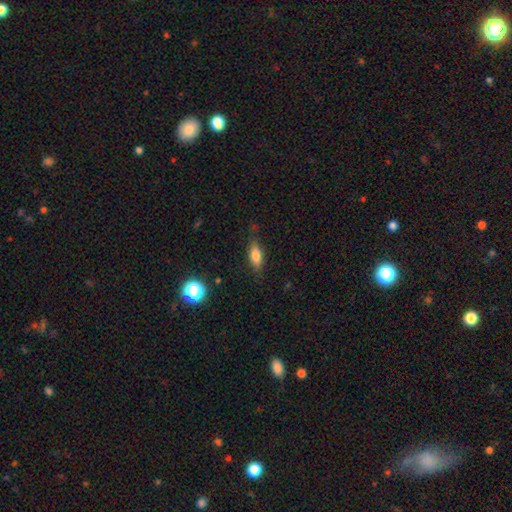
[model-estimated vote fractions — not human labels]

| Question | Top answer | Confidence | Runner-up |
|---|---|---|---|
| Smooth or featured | smooth | 75% | featured or disk (16%) |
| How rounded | in between | 73% | cigar-shaped (22%) |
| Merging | none | 76% | minor disturbance (18%) |